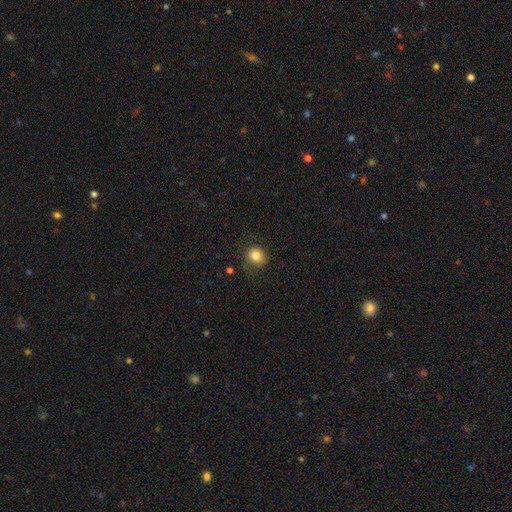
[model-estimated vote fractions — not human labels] This appears to be a smooth galaxy with no disk features (83%) that is round (82%). Merging: none (78%).